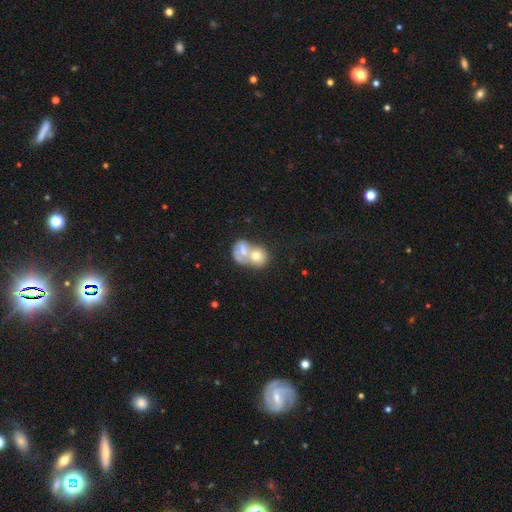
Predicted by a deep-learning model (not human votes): smooth 56%, featured or disk 35%, star or artifact 9%. Down the decision tree: how rounded — round (57%); merging — merger (75%).